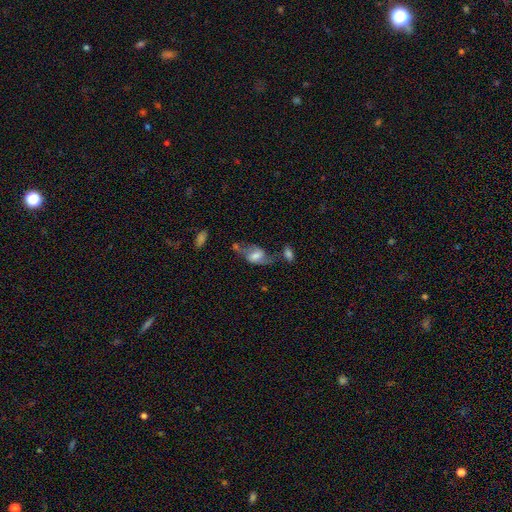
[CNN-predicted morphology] A featured or disk galaxy (56%) with a weak bar (45%), spiral arms (77%) and a moderate central bulge (39%). Merging: none (37%).